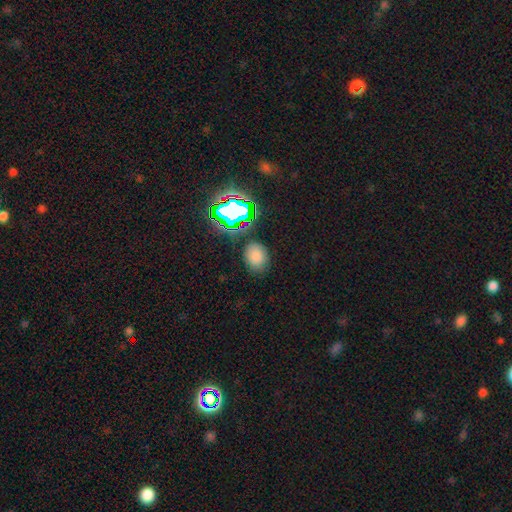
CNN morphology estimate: Smooth or featured? smooth (72%)
How rounded? in between (53%)
Merging? none (83%)